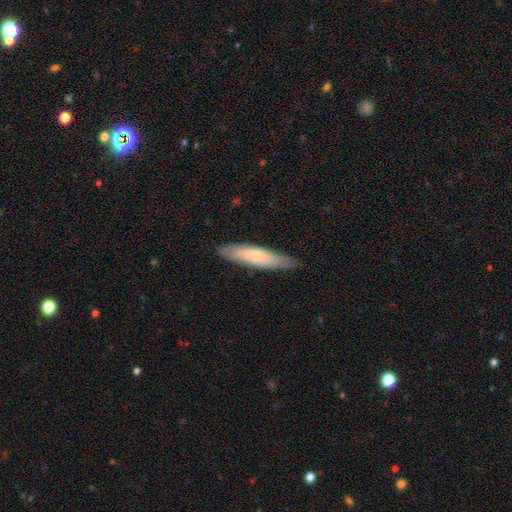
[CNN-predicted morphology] smooth_or_featured: smooth (p=0.67) [alt: featured or disk p=0.27]
how_rounded: cigar-shaped (p=0.82) [alt: in between p=0.17]
merging: none (p=0.85) [alt: minor disturbance p=0.12]